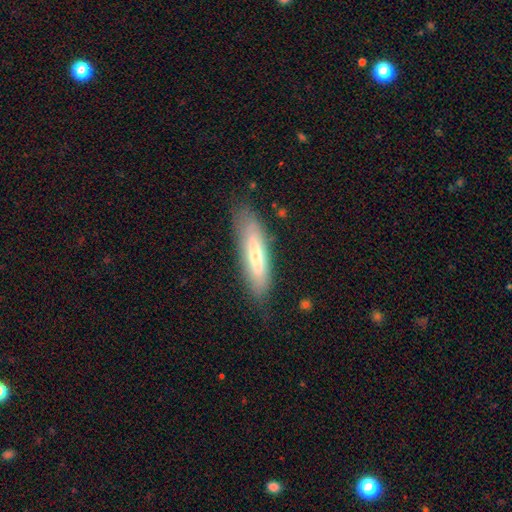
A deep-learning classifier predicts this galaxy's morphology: smooth_or_featured: smooth (p=0.57) [alt: featured or disk p=0.36]
how_rounded: cigar-shaped (p=0.71) [alt: in between p=0.28]
merging: none (p=0.79) [alt: minor disturbance p=0.15]